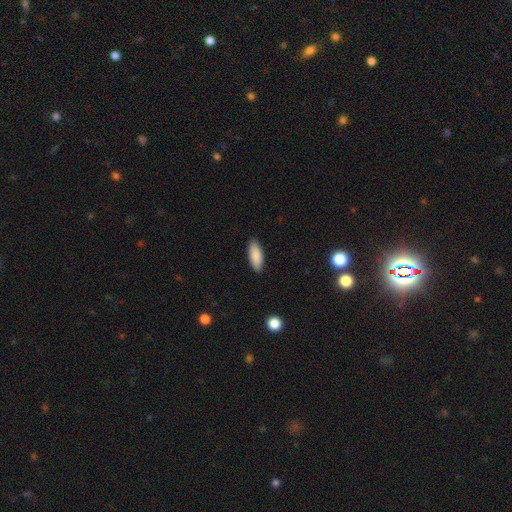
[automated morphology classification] Q: Smooth or featured?
A: smooth (89%); runner-up: star or artifact (6%)
Q: How rounded?
A: in between (75%); runner-up: cigar-shaped (23%)
Q: Merging?
A: none (88%); runner-up: minor disturbance (9%)